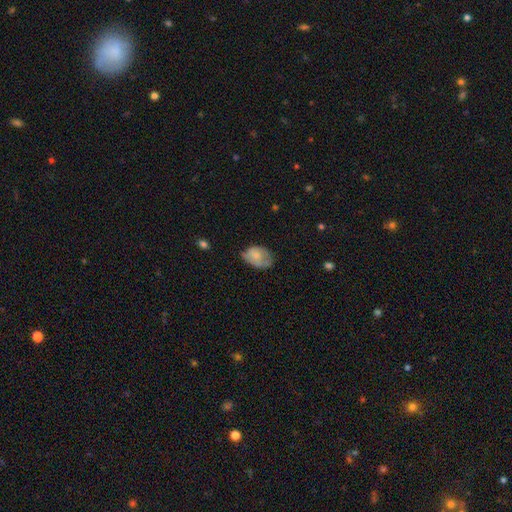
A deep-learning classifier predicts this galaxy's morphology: Q: Smooth or featured?
A: smooth (64%); runner-up: featured or disk (28%)
Q: How rounded?
A: in between (80%); runner-up: round (19%)
Q: Merging?
A: none (42%); runner-up: minor disturbance (38%)